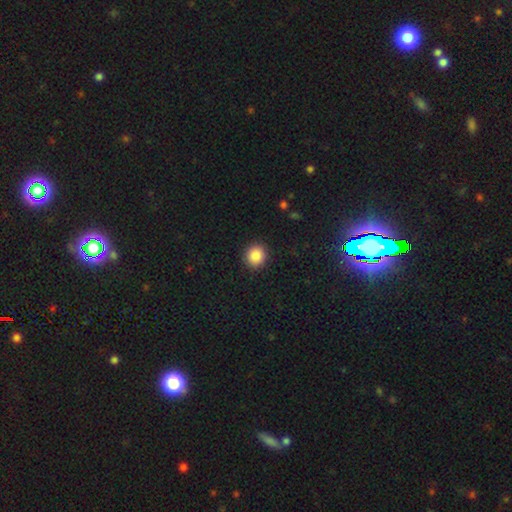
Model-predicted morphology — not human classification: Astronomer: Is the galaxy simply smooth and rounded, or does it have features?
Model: smooth — 88%.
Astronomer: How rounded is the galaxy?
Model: round — 88%.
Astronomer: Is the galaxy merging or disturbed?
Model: none — 92%.